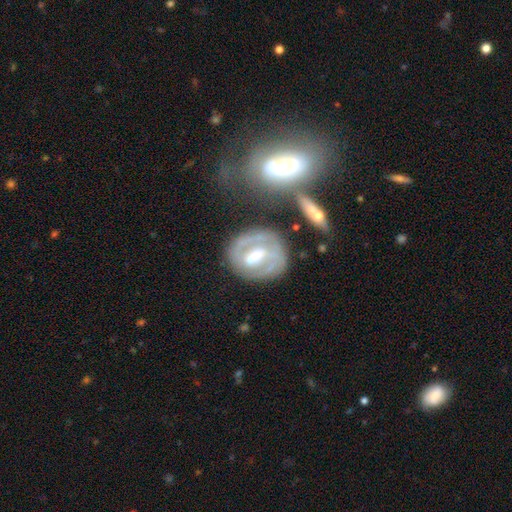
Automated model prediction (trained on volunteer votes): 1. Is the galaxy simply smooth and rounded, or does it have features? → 73% featured or disk, 21% smooth, 6% star or artifact.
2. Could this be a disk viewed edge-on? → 95% no, 5% yes.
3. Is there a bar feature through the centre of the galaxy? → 43% strong, 39% weak, 18% no.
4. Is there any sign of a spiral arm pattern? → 69% yes, 31% no.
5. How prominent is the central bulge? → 53% moderate, 19% large, 18% small, 7% none, 2% dominant.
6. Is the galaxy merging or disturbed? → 64% none, 18% minor disturbance, 11% major disturbance, 7% merger.